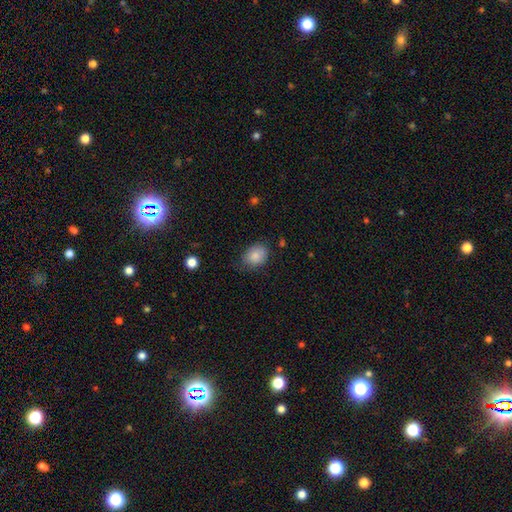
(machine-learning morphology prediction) Smooth or featured? smooth (85%)
How rounded? in between (63%)
Merging? none (65%)